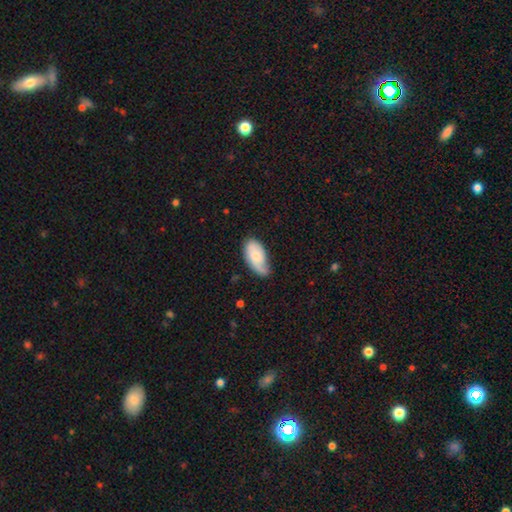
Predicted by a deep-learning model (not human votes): Overall: smooth (61%; featured or disk 33%). How rounded: in between (93%). Merging: none (50%; minor disturbance 37%).